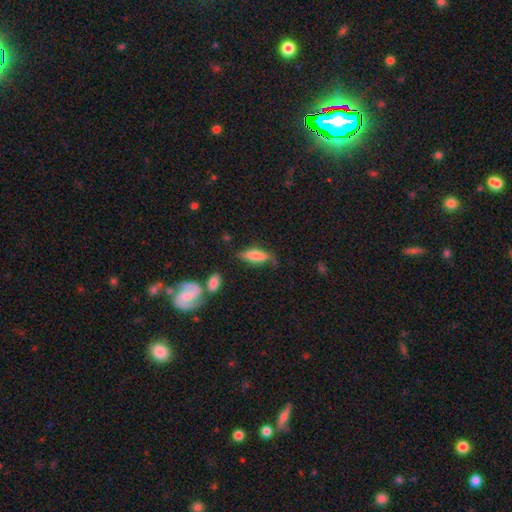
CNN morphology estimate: A smooth galaxy with no disk features (70%) that is in between round and cigar-shaped (61%). Merging: none (53%).